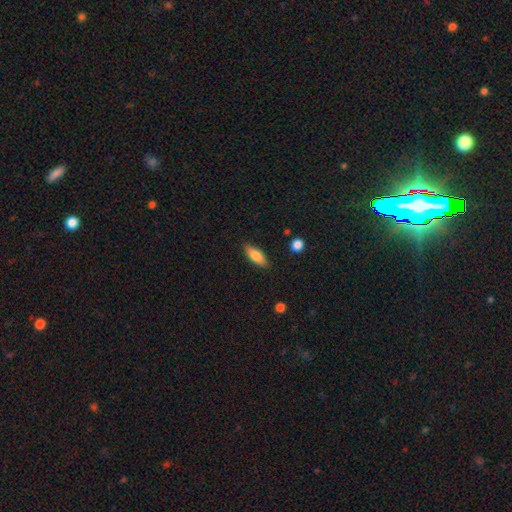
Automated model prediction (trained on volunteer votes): A smooth galaxy with no disk features (77%) that is in between round and cigar-shaped (71%). Merging: none (85%).